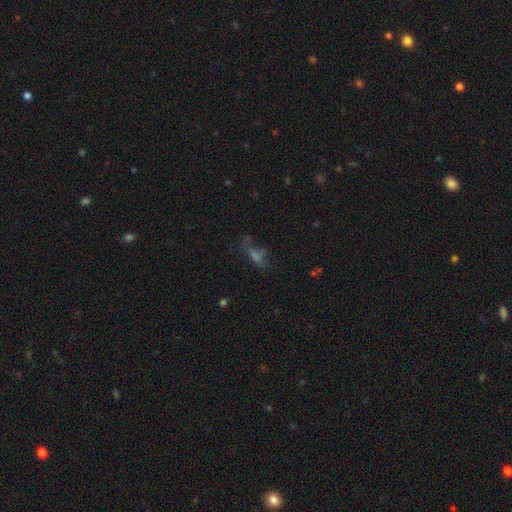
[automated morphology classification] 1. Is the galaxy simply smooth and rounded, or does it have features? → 39% smooth, 32% star or artifact, 29% featured or disk.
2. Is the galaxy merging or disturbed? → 51% none, 23% major disturbance, 21% minor disturbance, 6% merger.